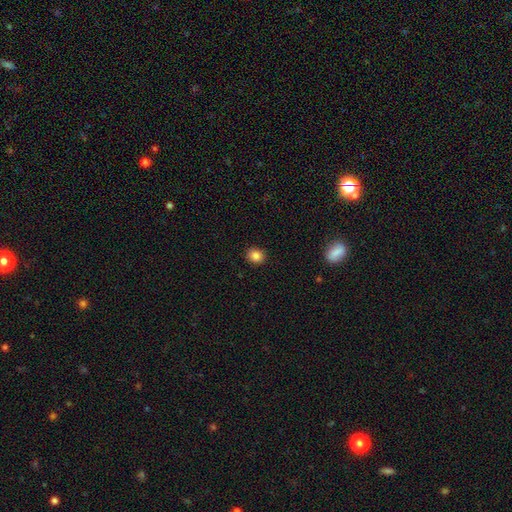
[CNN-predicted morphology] Smooth or featured? smooth (85%)
How rounded? round (63%)
Merging? none (90%)